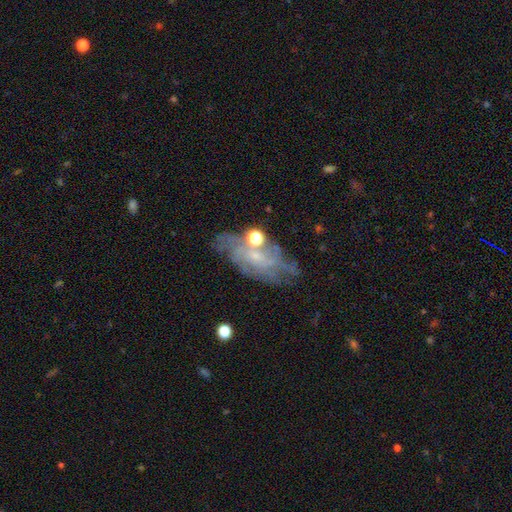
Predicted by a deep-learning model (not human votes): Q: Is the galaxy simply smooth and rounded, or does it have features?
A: featured or disk — 68%.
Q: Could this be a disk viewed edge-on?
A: no — 91%.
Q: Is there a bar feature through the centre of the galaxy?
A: no — 65%.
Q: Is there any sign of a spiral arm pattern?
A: yes — 77%.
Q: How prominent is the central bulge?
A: small — 63%.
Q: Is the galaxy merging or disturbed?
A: none — 61%.